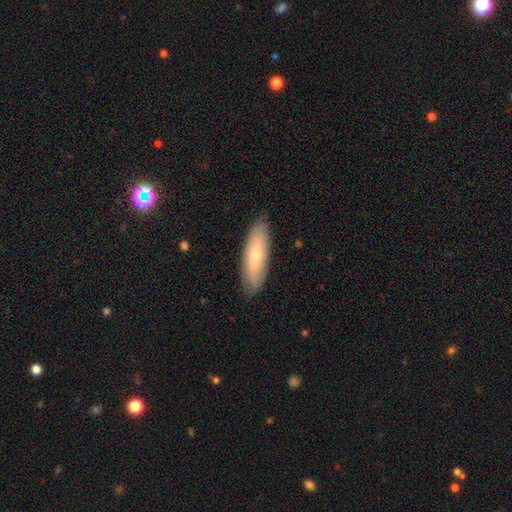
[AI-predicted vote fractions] Q: Smooth or featured?
A: smooth (61%); runner-up: featured or disk (33%)
Q: How rounded?
A: cigar-shaped (55%); runner-up: in between (43%)
Q: Merging?
A: none (87%); runner-up: minor disturbance (10%)